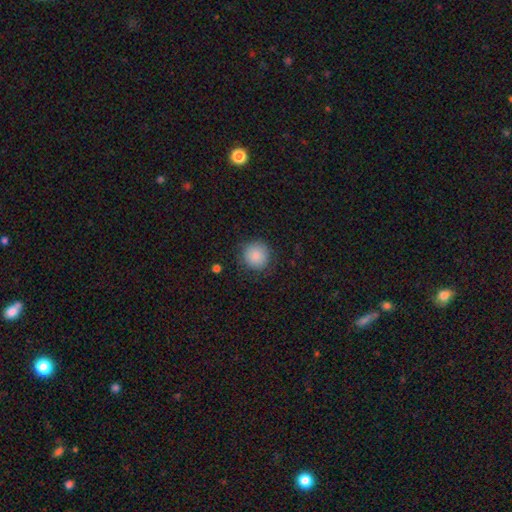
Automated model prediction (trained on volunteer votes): Overall: smooth (86%). How rounded: round (94%). Merging: none (84%).